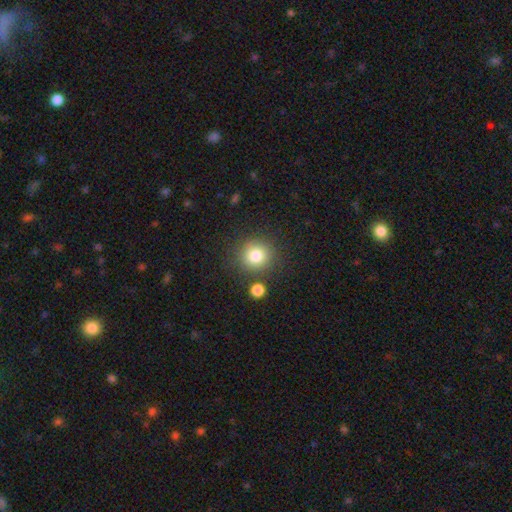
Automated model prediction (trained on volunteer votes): A smooth galaxy with no disk features (81%) that is round (91%). Merging: none (83%).